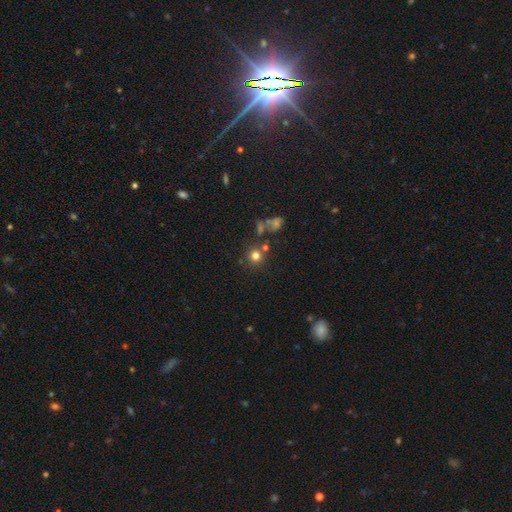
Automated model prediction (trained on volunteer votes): Q: Smooth or featured?
A: smooth (74%); runner-up: star or artifact (17%)
Q: How rounded?
A: round (91%); runner-up: in between (8%)
Q: Merging?
A: none (73%); runner-up: merger (13%)